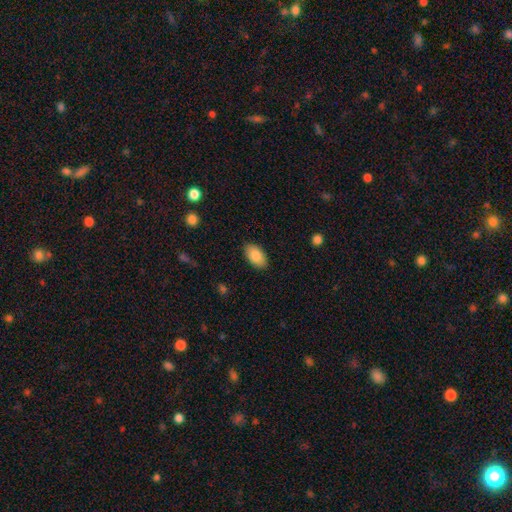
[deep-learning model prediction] smooth_or_featured: smooth (p=0.86) [alt: featured or disk p=0.08]
how_rounded: in between (p=0.94) [alt: round p=0.04]
merging: none (p=0.88) [alt: minor disturbance p=0.09]